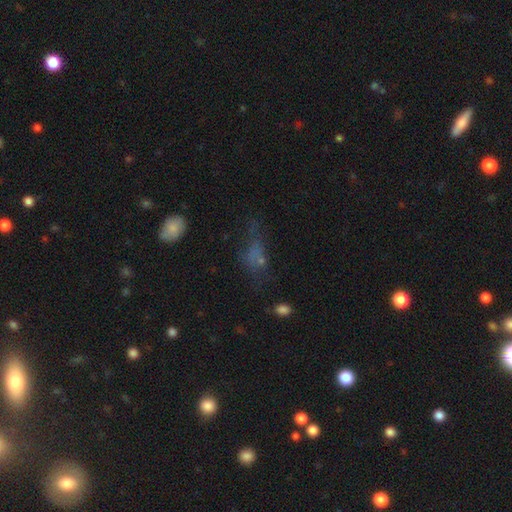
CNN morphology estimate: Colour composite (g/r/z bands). It shows a smooth galaxy with no disk features (51%) that is in between round and cigar-shaped (68%). Merging: major disturbance (35%, tied with none).